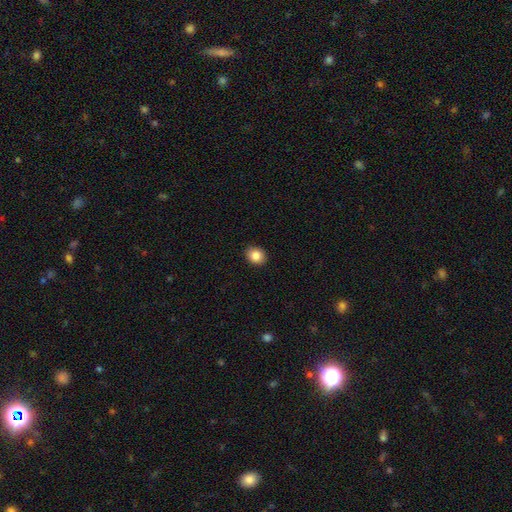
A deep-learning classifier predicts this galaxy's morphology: smooth_or_featured: smooth (p=0.85) [alt: star or artifact p=0.09]
how_rounded: round (p=0.59) [alt: in between p=0.40]
merging: none (p=0.90) [alt: minor disturbance p=0.07]